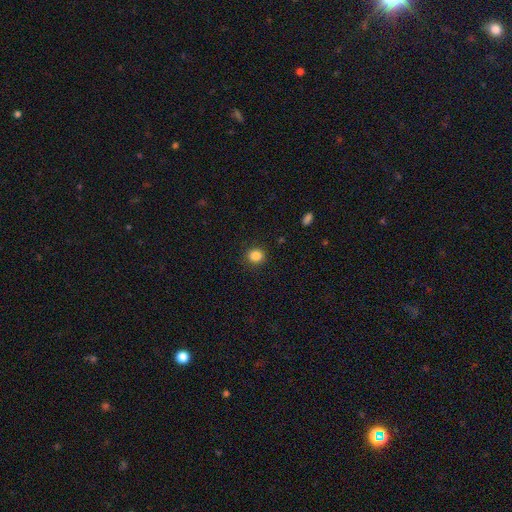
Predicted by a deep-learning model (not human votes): Smooth or featured: smooth — 85% (star or artifact — 11%)
How rounded: round — 82% (in between — 17%)
Merging: none — 90% (minor disturbance — 6%)